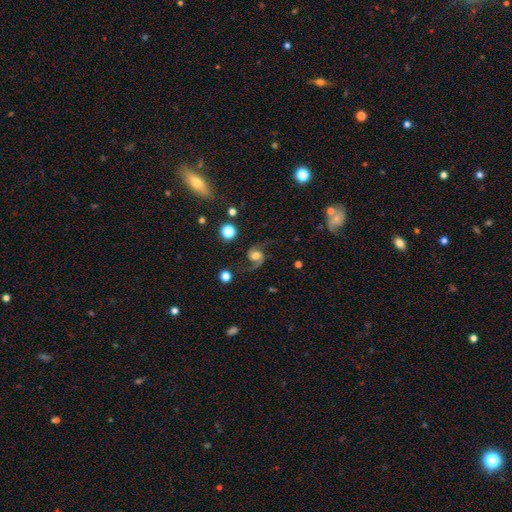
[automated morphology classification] smooth-or-featured: featured or disk: 81% | smooth: 11% | star or artifact: 8%
  disk-edge-on: no: 98% | yes: 2%
    bar: no: 59% | weak: 33% | strong: 8%
    has-spiral-arms: yes: 97% | no: 3%
      spiral-winding: loose: 56% | medium: 37% | tight: 7%
      spiral-arm-count: 2: 91% | 1: 5% | can't tell: 2% | 3: 1% | 4: 1% | more than 4: 1%
    bulge-size: moderate: 55% | large: 26% | small: 12% | dominant: 4% | none: 3%
  merging: none: 74% | minor disturbance: 14% | major disturbance: 10% | merger: 2%